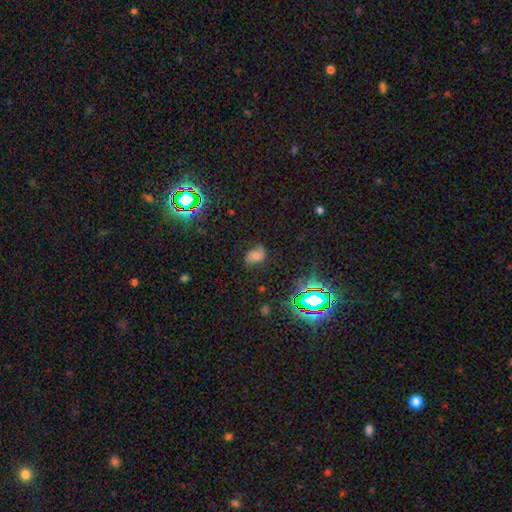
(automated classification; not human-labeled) This appears to be a smooth galaxy with no disk features (44%). Merging: none (65%).